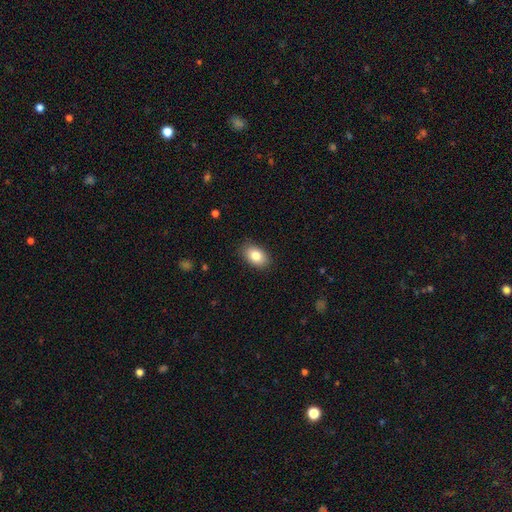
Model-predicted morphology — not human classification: Smooth or featured? smooth (82%)
How rounded? in between (88%)
Merging? none (87%)